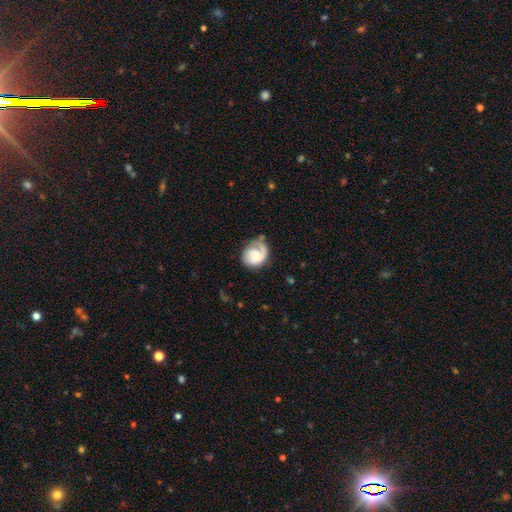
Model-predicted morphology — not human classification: The model was most divided on "bulge size" (2-way tie): none: 27%, small: 27%, moderate: 23%, large: 18%, dominant: 5%. Remaining: edge-on disk — no (98%); spiral arms — yes (88%); spiral arm count — 1 (66%); bar — no (65%); smooth or featured — featured or disk (58%); merging — none (51%); spiral winding — tight (45%).